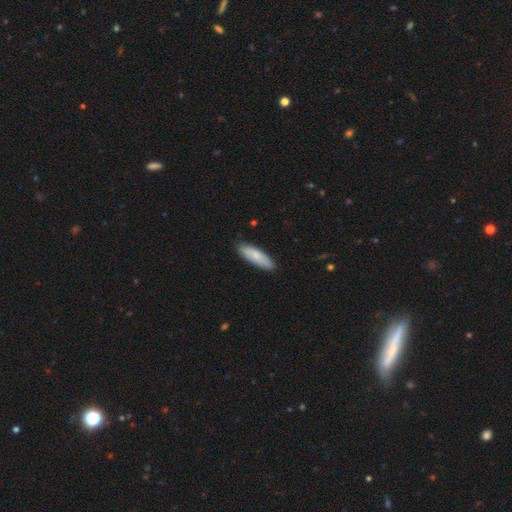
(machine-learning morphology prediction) Smooth or featured: smooth — 80% (featured or disk — 15%)
How rounded: in between — 50% (cigar-shaped — 48%)
Merging: none — 87% (minor disturbance — 10%)